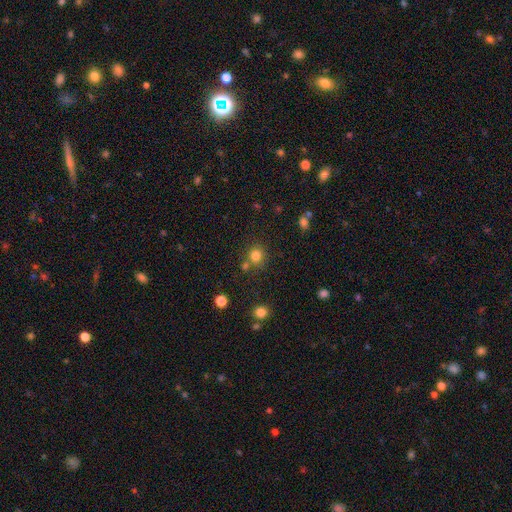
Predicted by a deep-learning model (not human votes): Smooth or featured: smooth — 80% (star or artifact — 14%)
How rounded: round — 90% (in between — 9%)
Merging: none — 71% (merger — 17%)